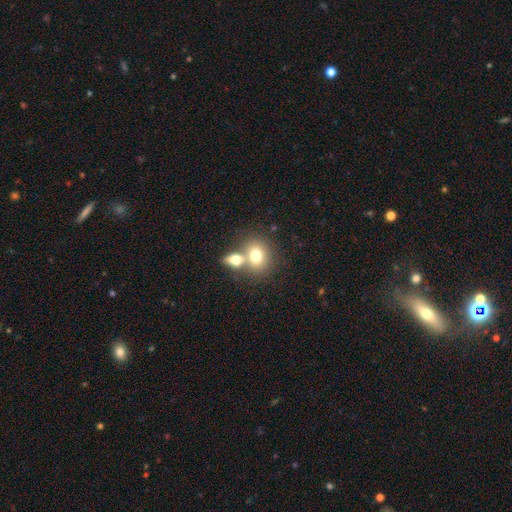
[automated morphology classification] Overall: smooth (74%). How rounded: in between (52%; round 47%). Merging: merger (52%; none 37%).